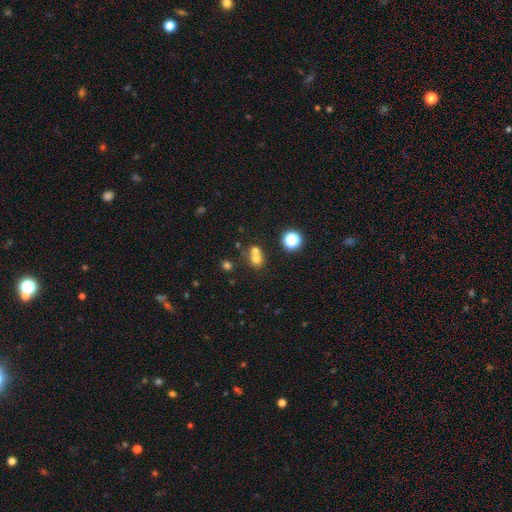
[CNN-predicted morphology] smooth_or_featured: smooth (p=0.66) [alt: star or artifact p=0.19]
how_rounded: round (p=0.77) [alt: in between p=0.22]
merging: merger (p=0.53) [alt: none p=0.37]